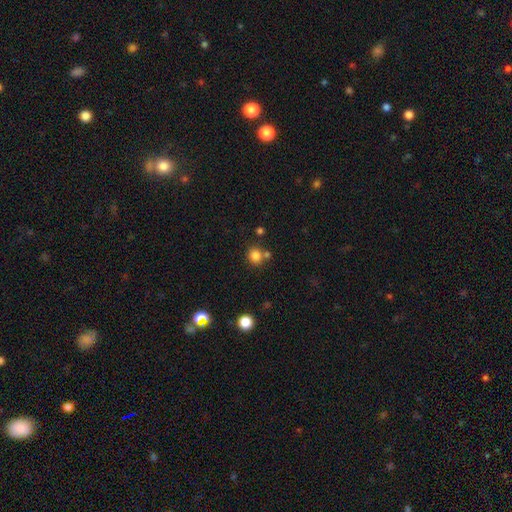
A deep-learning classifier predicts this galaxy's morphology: A smooth galaxy with no disk features (81%) that is round (89%). Merging: none (71%).